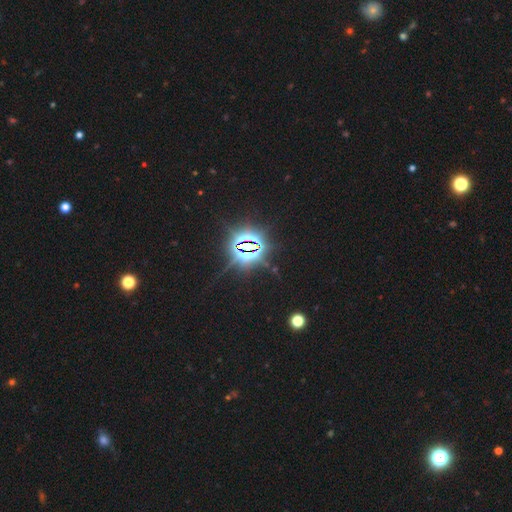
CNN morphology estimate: star or artifact 86%, smooth 7%, featured or disk 7%.